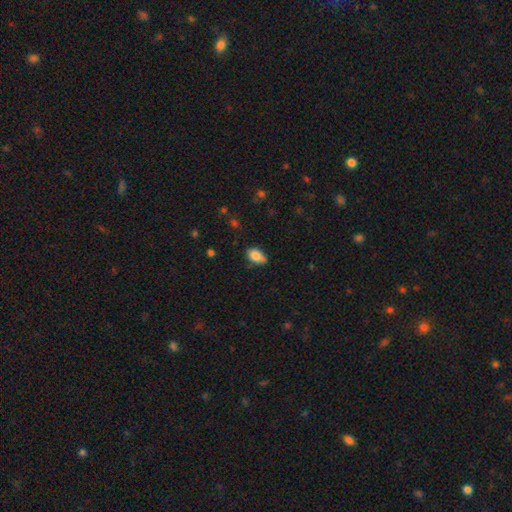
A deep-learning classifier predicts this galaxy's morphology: This is clearly a smooth galaxy (83%). How rounded: clearly in between (85%). Merging: likely none (62%).